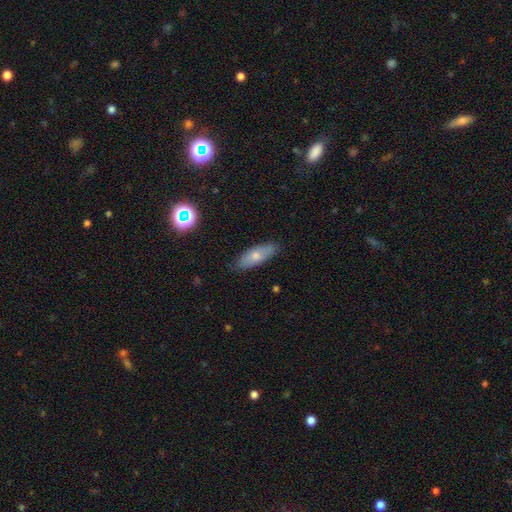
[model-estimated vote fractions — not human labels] Smooth or featured? smooth (67%)
How rounded? in between (64%)
Merging? none (83%)